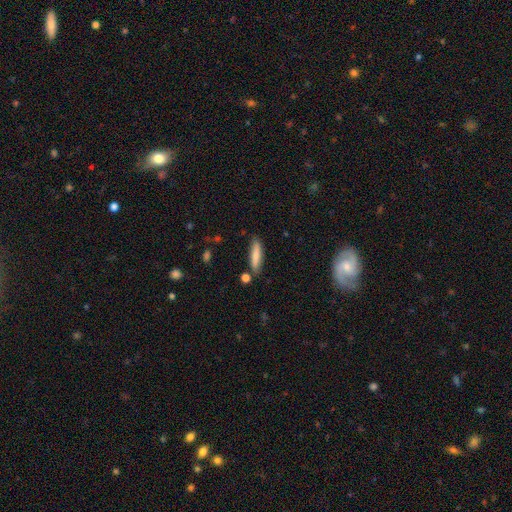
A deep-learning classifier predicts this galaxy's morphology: Smooth or featured?
  - smooth: 79% *
  - featured or disk: 15%
  - star or artifact: 6%
How rounded?
  - cigar-shaped: 77% *
  - in between: 21%
  - round: 2%
Merging?
  - none: 81% *
  - minor disturbance: 12%
  - merger: 5%
  - major disturbance: 2%